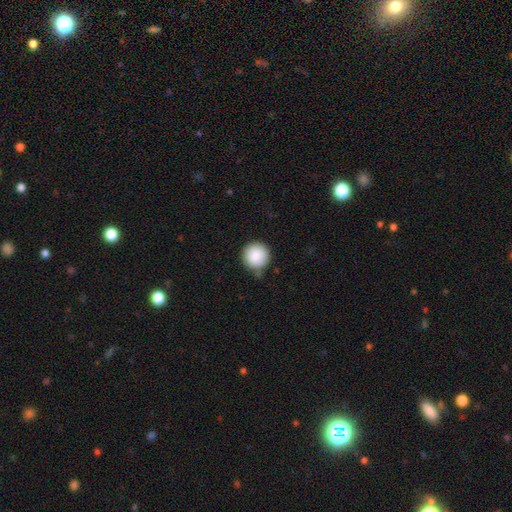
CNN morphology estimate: Q: Smooth or featured?
A: smooth (88%); runner-up: star or artifact (7%)
Q: How rounded?
A: round (95%); runner-up: in between (4%)
Q: Merging?
A: none (79%); runner-up: minor disturbance (15%)